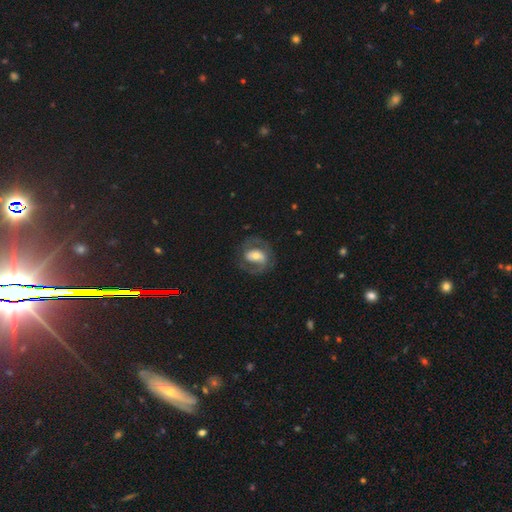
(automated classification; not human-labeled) Morphology: type=featured or disk (70%); edge-on=no (96%); bar=weak (35%, tied with no); spiral arms=yes (79%); winding=medium (49%); arm count=2 (79%); bulge=moderate (54%); merging=none (68%).